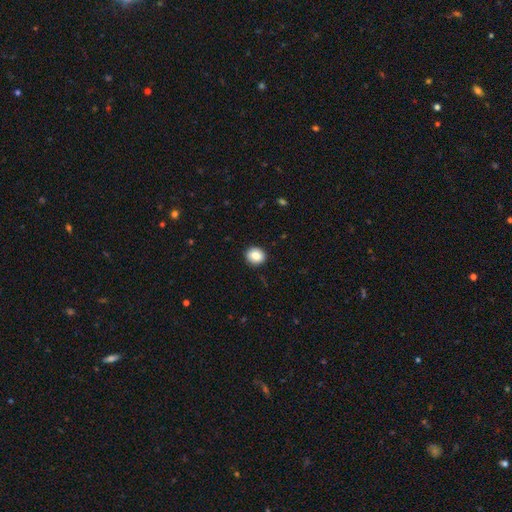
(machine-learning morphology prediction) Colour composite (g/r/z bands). It shows a smooth galaxy with no disk features (86%) that is round (76%). Merging: none (91%).